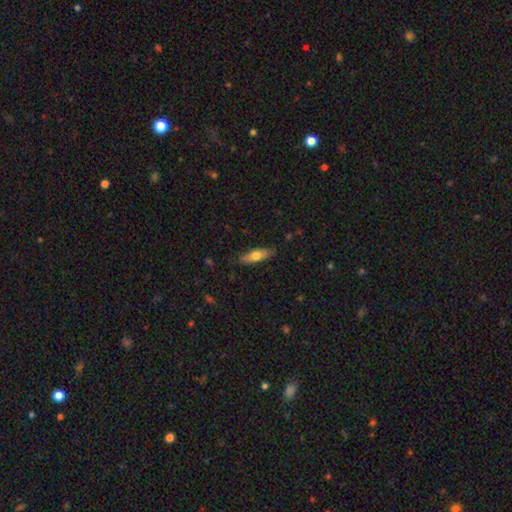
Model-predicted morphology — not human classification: Smooth or featured?
  - smooth: 62% *
  - featured or disk: 33%
  - star or artifact: 6%
How rounded?
  - cigar-shaped: 50% *
  - in between: 48%
  - round: 2%
Merging?
  - none: 84% *
  - minor disturbance: 13%
  - major disturbance: 2%
  - merger: 1%